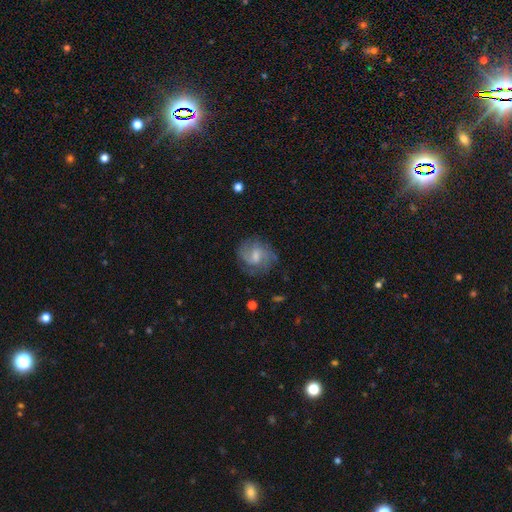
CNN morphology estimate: This is likely a featured or disk galaxy (66%). It is clearly not viewed edge-on (97%). Bar: possibly weak (59%). Spiral arm pattern: clearly yes (89%). Spiral arm count: possibly 2 (57%). Spiral winding: possibly medium (48%). Central bulge: marginally small (43%). Merging: likely none (68%).